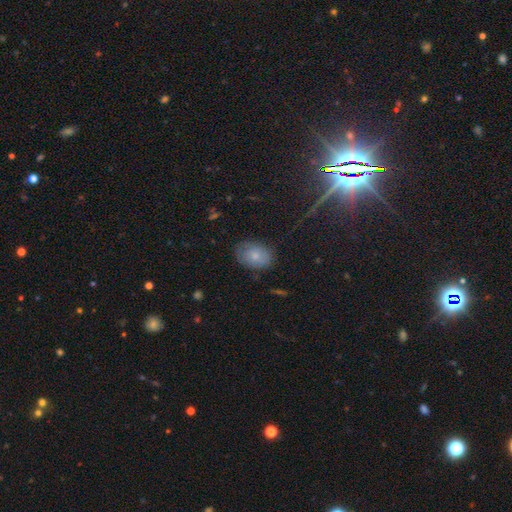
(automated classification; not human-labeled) Q: Smooth or featured?
A: smooth (74%); runner-up: featured or disk (17%)
Q: How rounded?
A: in between (79%); runner-up: round (20%)
Q: Merging?
A: none (75%); runner-up: minor disturbance (19%)